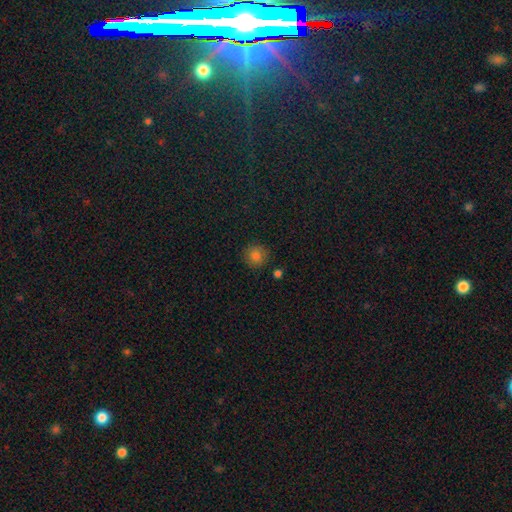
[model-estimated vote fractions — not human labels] A smooth galaxy with no disk features (82%) that is round (93%). Merging: none (88%).